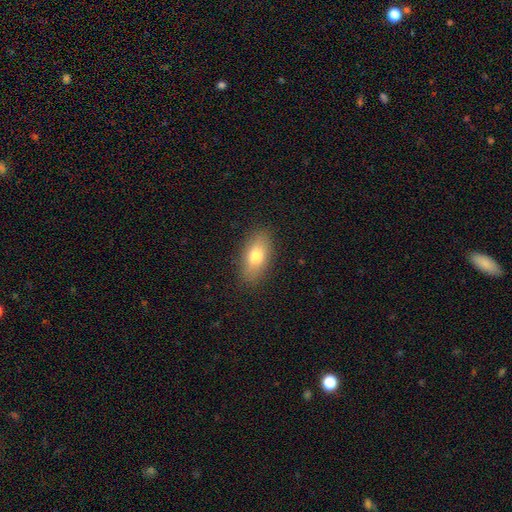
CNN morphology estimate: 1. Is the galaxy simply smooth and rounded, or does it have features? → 76% smooth, 17% featured or disk, 7% star or artifact.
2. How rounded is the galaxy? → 83% in between, 12% cigar-shaped, 5% round.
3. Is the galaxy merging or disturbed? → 87% none, 10% minor disturbance, 3% major disturbance, 1% merger.